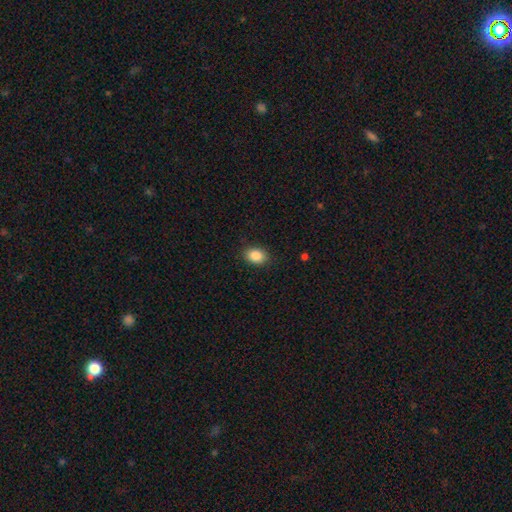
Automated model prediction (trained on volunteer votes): Smooth or featured?
  - smooth: 87% *
  - star or artifact: 9%
  - featured or disk: 4%
How rounded?
  - in between: 69% *
  - round: 30%
  - cigar-shaped: 1%
Merging?
  - none: 88% *
  - minor disturbance: 9%
  - major disturbance: 2%
  - merger: 1%